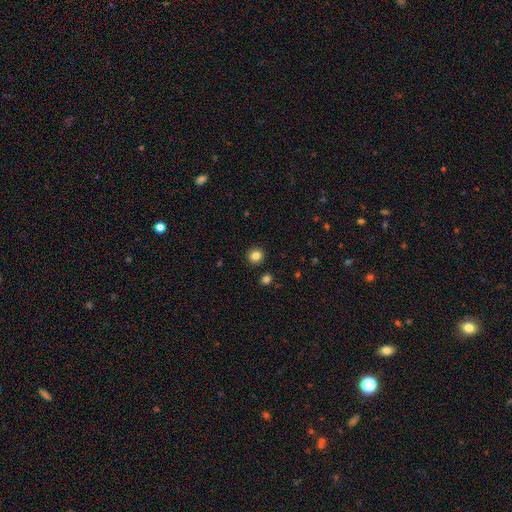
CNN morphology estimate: A smooth galaxy with no disk features (85%) that is round (90%). Merging: none (92%).